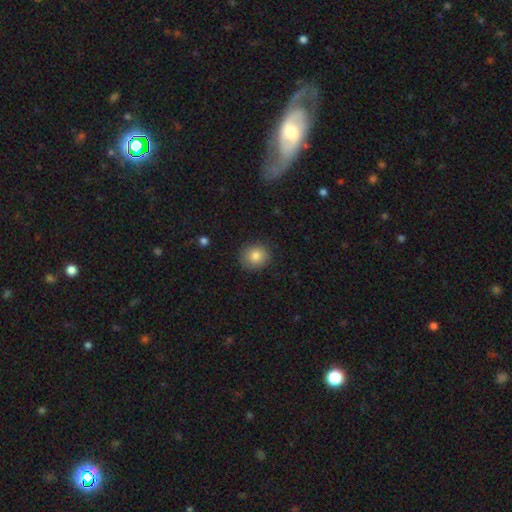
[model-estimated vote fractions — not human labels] Overall: smooth (83%). How rounded: round (78%). Merging: none (87%).